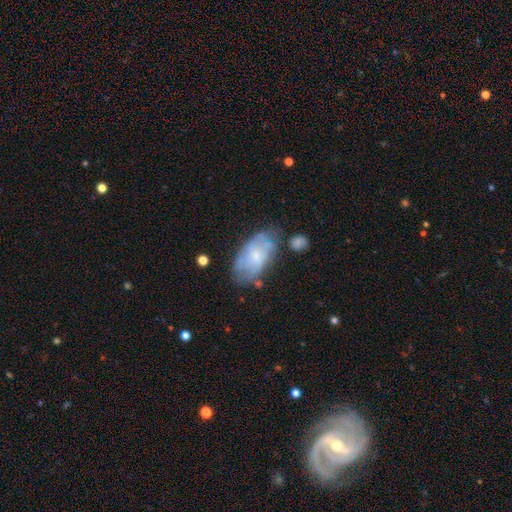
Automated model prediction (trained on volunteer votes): Smooth or featured?
  - featured or disk: 51% *
  - smooth: 42%
  - star or artifact: 7%
Edge-on disk?
  - no: 93% *
  - yes: 7%
Merging?
  - none: 52% *
  - minor disturbance: 28%
  - major disturbance: 12%
  - merger: 8%